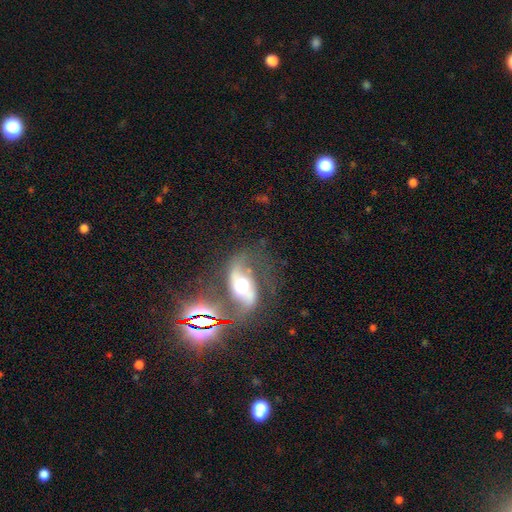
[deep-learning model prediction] This is likely a featured or disk galaxy (76%). It is clearly not viewed edge-on (94%). Bar: marginally no (41%). Spiral arm pattern: clearly yes (91%). Spiral arm count: clearly 2 (89%). Spiral winding: possibly loose (55%). Central bulge: possibly moderate (59%). Merging: possibly none (58%).